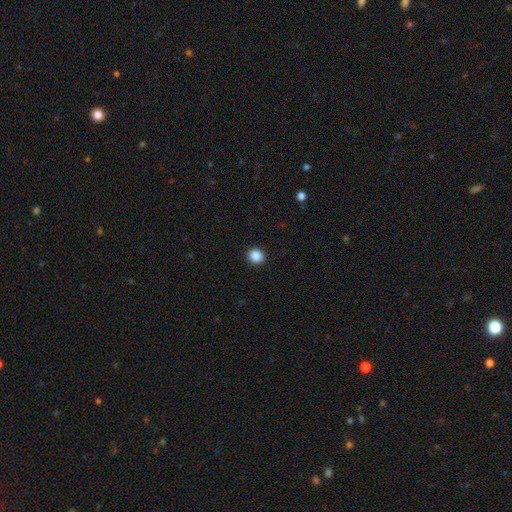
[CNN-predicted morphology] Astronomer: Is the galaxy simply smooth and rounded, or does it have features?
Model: smooth — 87%.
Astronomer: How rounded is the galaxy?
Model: round — 88%.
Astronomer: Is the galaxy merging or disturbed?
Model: none — 93%.